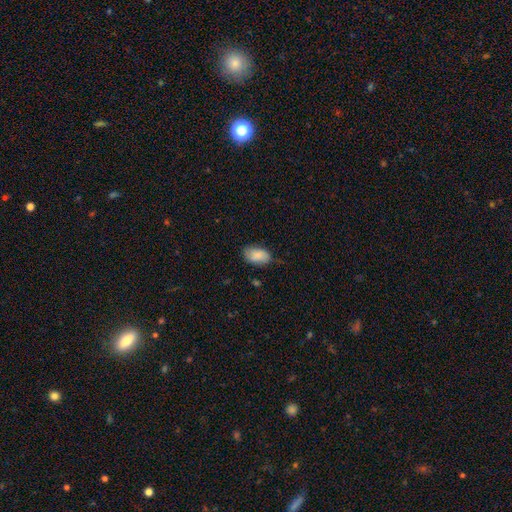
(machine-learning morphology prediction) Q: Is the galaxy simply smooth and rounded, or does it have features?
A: smooth — 84%.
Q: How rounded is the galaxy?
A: in between — 93%.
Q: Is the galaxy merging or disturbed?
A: none — 72%.